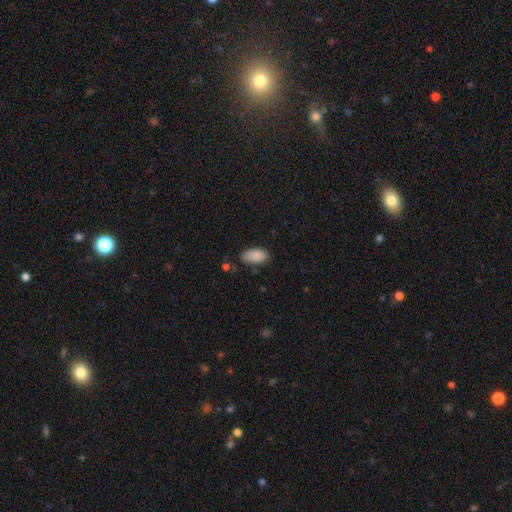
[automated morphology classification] type=smooth (88%); roundness=in between (94%); merging=none (74%).